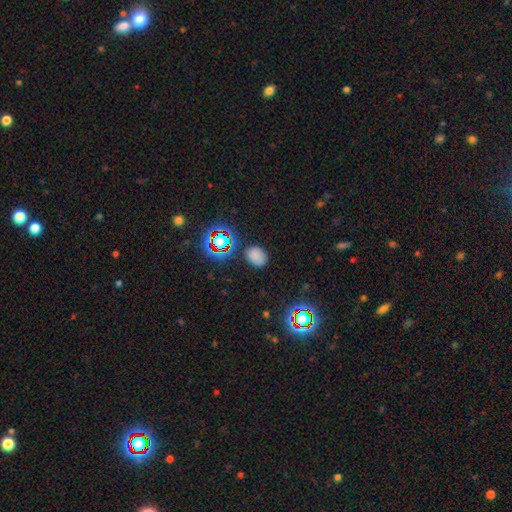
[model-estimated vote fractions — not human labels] smooth 71%, star or artifact 23%, featured or disk 6%. Down the decision tree: how rounded — in between (52%); merging — none (80%).